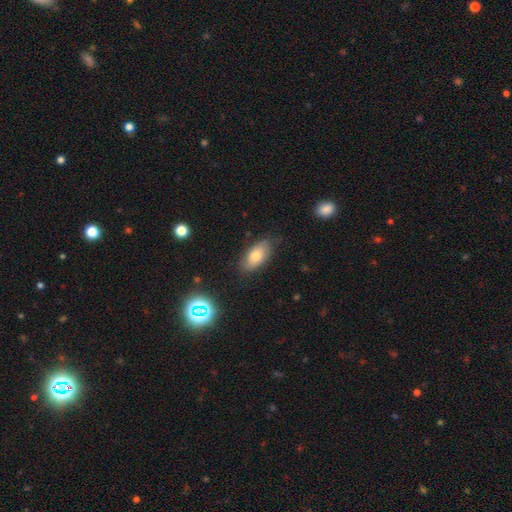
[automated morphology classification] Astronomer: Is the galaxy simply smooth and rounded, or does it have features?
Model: smooth — 73%.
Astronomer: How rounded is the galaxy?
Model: in between — 90%.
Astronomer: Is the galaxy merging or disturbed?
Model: none — 78%.